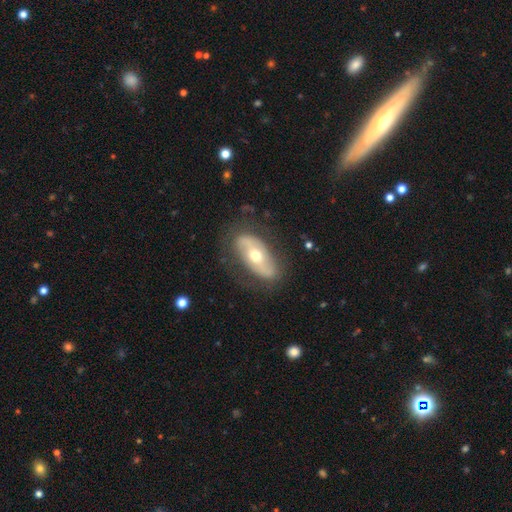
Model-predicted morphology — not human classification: Smooth or featured? featured or disk (62%)
Edge-on disk? no (87%)
Bar? no (58%)
Spiral arms? yes (53%)
Bulge size? moderate (72%)
Merging? none (74%)